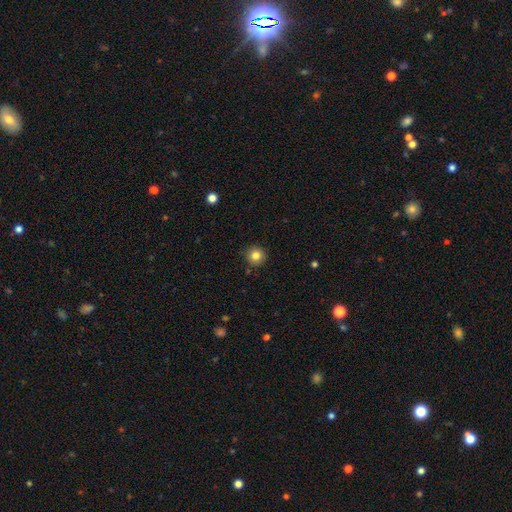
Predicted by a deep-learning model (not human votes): Smooth or featured? Predicted: smooth (p=0.83). How rounded? Predicted: round (p=0.95). Merging? Predicted: none (p=0.90).